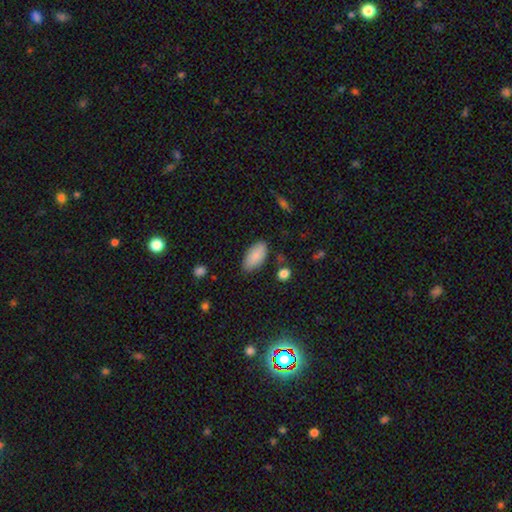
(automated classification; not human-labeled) This appears to be a smooth galaxy with no disk features (86%) that is in between round and cigar-shaped (93%). Merging: none (78%).